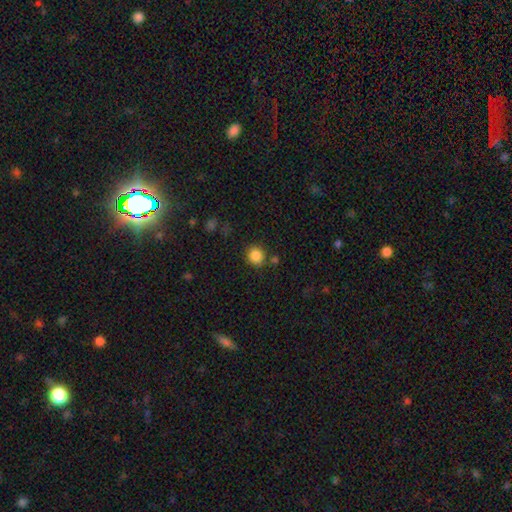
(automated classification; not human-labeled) Morphology: type=smooth (86%); roundness=round (85%); merging=none (83%).